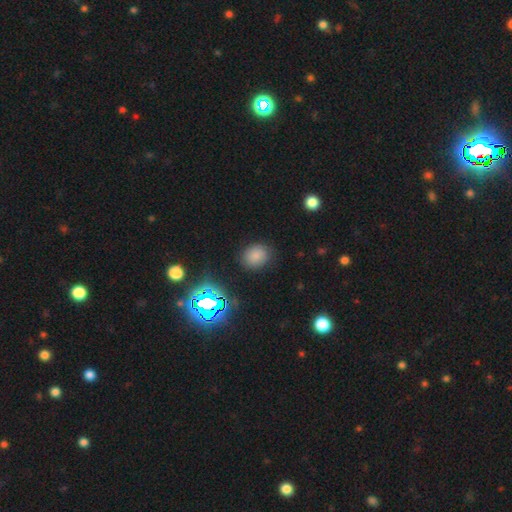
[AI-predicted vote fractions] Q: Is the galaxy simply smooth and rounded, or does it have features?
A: smooth — 74%.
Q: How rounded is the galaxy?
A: round — 61%.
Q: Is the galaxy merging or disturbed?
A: none — 85%.